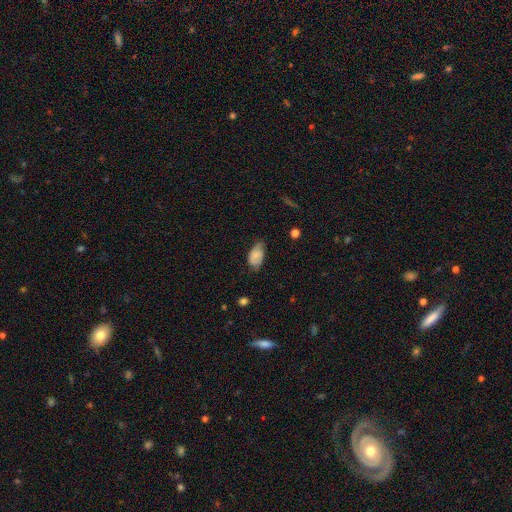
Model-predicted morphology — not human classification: smooth 74%, featured or disk 18%, star or artifact 8%. Down the decision tree: how rounded — in between (92%); merging — none (48%).